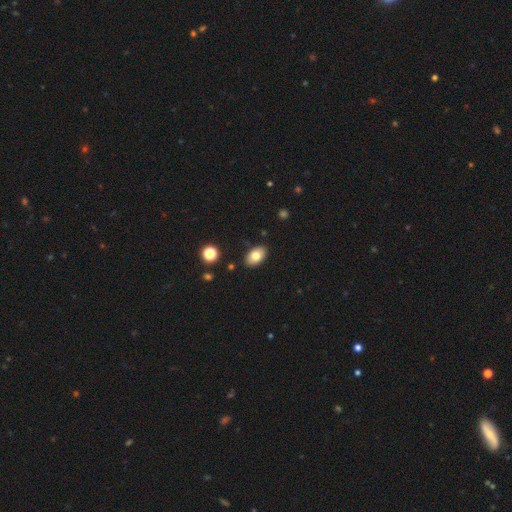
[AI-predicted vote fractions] A smooth galaxy with no disk features (79%) that is in between round and cigar-shaped (91%). Merging: none (88%).